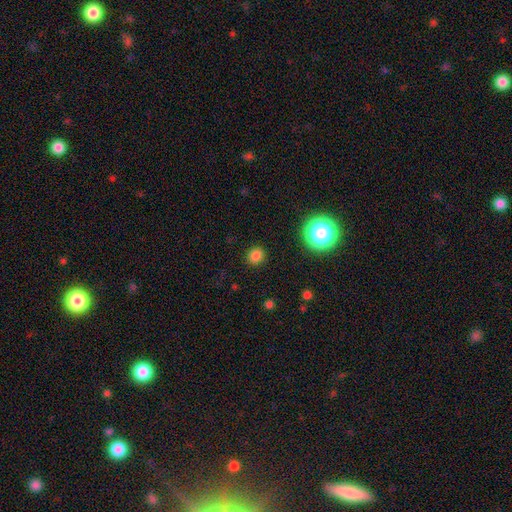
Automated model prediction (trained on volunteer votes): This appears to be a smooth galaxy with no disk features (80%) that is round (85%). Merging: none (90%).